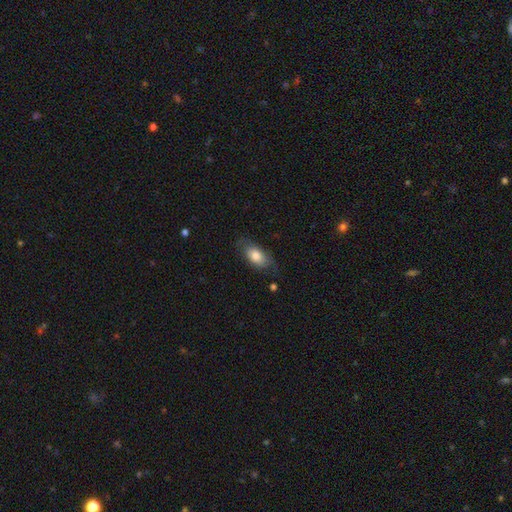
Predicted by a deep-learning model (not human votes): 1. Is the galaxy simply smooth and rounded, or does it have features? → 73% smooth, 20% featured or disk, 6% star or artifact.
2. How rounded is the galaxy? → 90% in between, 5% round, 5% cigar-shaped.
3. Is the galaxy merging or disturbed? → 68% none, 23% minor disturbance, 8% major disturbance, 1% merger.